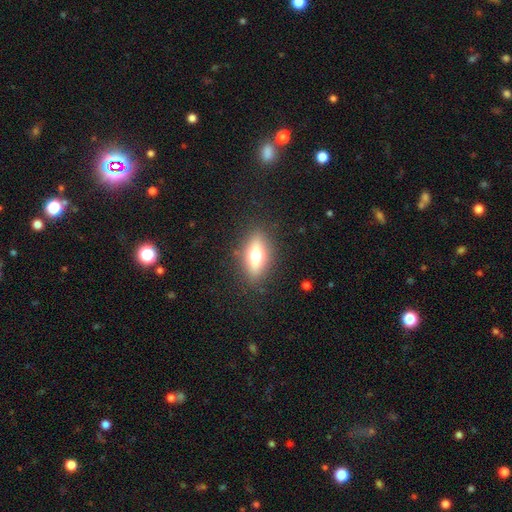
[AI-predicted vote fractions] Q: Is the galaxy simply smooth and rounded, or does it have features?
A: smooth — 60%.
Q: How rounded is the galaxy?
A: in between — 72%.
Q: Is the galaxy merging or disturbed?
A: none — 85%.